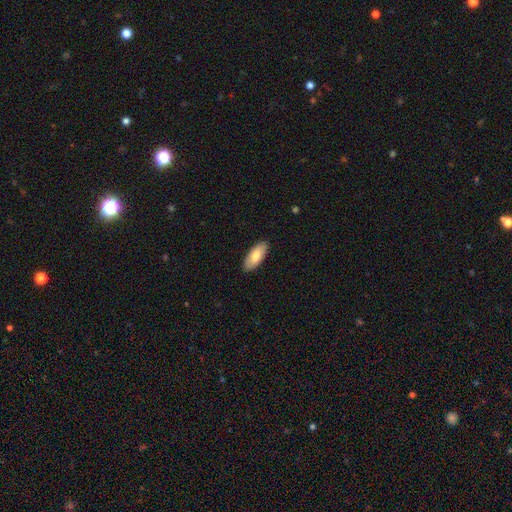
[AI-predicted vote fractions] smooth_or_featured: smooth (p=0.79) [alt: featured or disk p=0.16]
how_rounded: in between (p=0.87) [alt: cigar-shaped p=0.11]
merging: none (p=0.89) [alt: minor disturbance p=0.08]